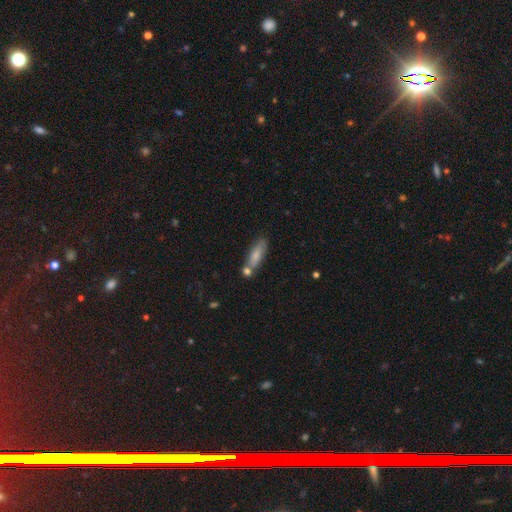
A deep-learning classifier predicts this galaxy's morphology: type=smooth (74%); roundness=cigar-shaped (50%); merging=none (54%).